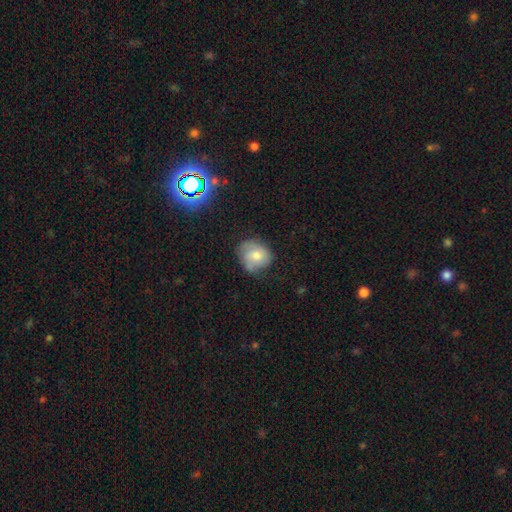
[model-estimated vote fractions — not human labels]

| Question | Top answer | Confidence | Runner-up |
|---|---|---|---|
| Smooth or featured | smooth | 56% | featured or disk (36%) |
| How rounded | round | 65% | in between (34%) |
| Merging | none | 55% | minor disturbance (31%) |